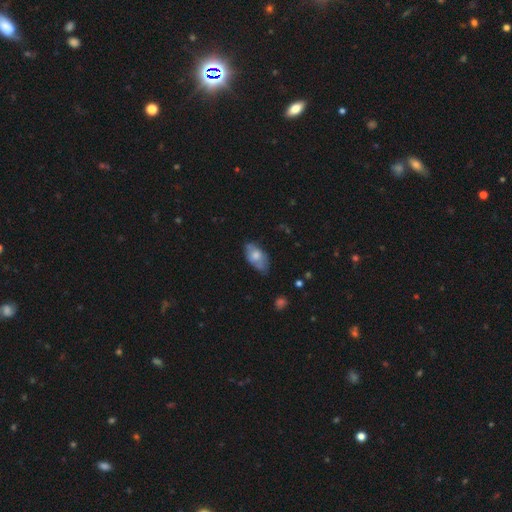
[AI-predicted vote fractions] smooth-or-featured: smooth: 64% | featured or disk: 29% | star or artifact: 7%
  how-rounded: in between: 91% | round: 5% | cigar-shaped: 4%
  merging: none: 51% | minor disturbance: 35% | major disturbance: 11% | merger: 3%